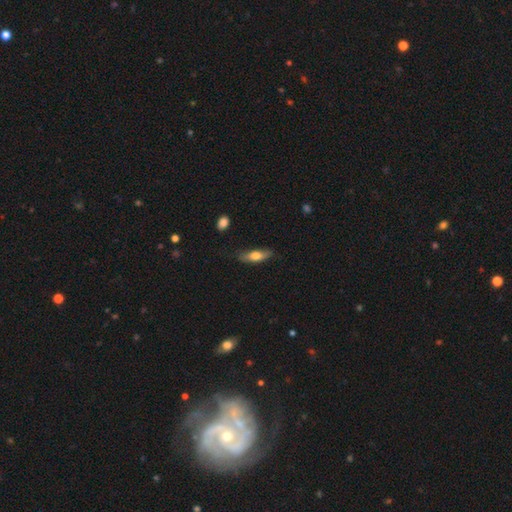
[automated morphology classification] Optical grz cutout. It shows a smooth galaxy with no disk features (65%) that is cigar-shaped (53%). Merging: none (78%).